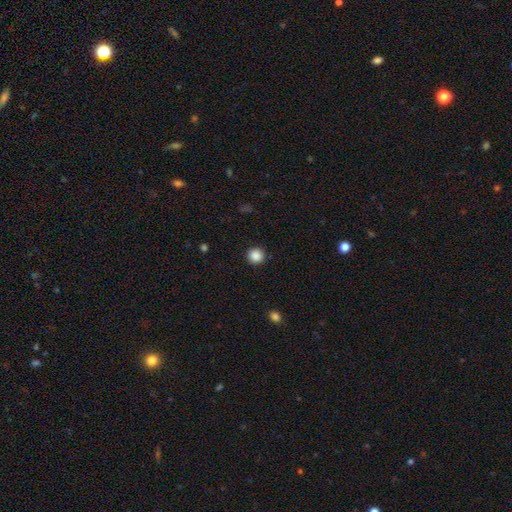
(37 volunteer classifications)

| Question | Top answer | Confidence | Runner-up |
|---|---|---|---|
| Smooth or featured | smooth | 92% | star or artifact (5%) |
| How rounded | round | 94% | in between (6%) |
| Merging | none | 94% | major disturbance (3%) |